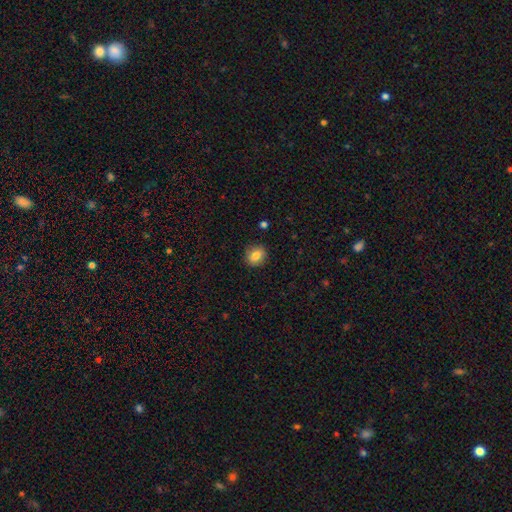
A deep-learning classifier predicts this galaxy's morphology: A smooth galaxy with no disk features (82%) that is round (69%).

Vote fractions:
- Smooth or featured? smooth: 82% / star or artifact: 9% / featured or disk: 9%
- How rounded? round: 69% / in between: 30% / cigar-shaped: 1%
- Merging? none: 88% / minor disturbance: 9% / major disturbance: 2% / merger: 1%